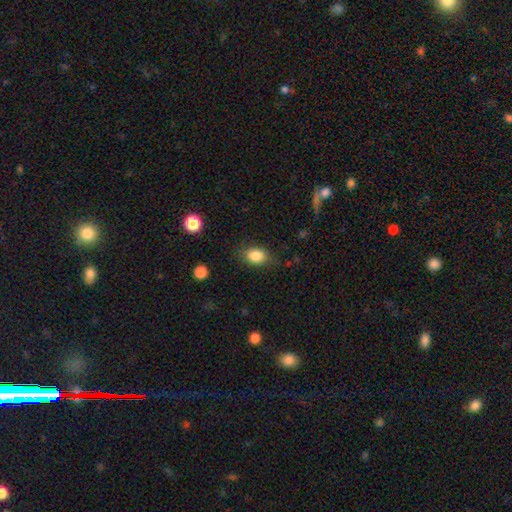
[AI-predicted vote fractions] The model was most divided on "how rounded": in between: 69%, round: 29%, cigar-shaped: 2%. More confident: smooth or featured — smooth (84%); merging — none (77%).